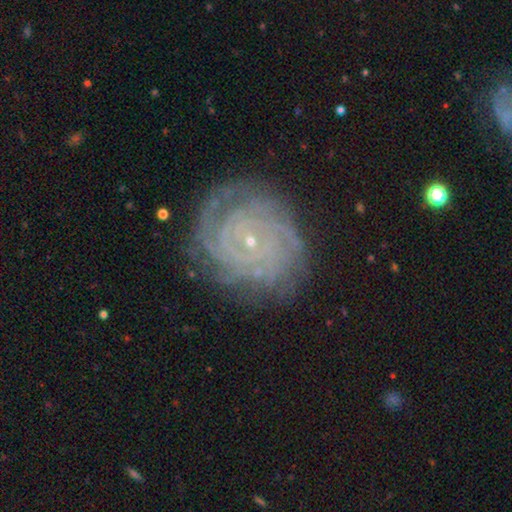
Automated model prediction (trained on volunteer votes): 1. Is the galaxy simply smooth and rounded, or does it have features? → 79% featured or disk, 11% star or artifact, 10% smooth.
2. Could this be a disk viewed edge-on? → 97% no, 3% yes.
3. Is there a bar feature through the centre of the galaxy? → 75% no, 18% weak, 6% strong.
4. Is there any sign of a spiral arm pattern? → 97% yes, 3% no.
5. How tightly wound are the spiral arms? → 83% tight, 14% medium, 3% loose.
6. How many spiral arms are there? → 30% can't tell, 16% 2, 16% 4, 15% 3, 13% more than 4, 9% 1.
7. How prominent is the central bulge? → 88% small, 8% moderate, 2% none, 1% large, 1% dominant.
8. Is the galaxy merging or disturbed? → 80% none, 13% minor disturbance, 5% major disturbance, 1% merger.